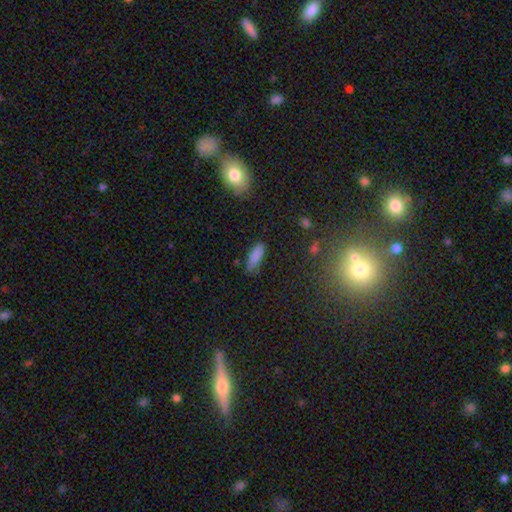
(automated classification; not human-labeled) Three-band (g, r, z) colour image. It shows a smooth galaxy with no disk features (85%) that is in between round and cigar-shaped (62%). Merging: none (78%).